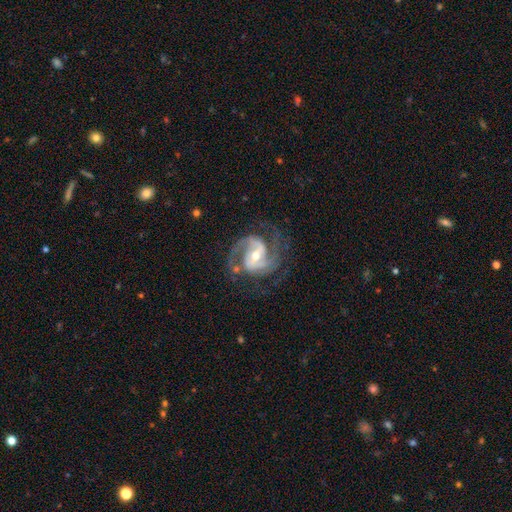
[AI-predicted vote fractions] Smooth or featured: featured or disk — 92% (star or artifact — 4%)
Edge-on disk: no — 98% (yes — 2%)
Bar: weak — 45% (strong — 35%)
Spiral arms: yes — 98% (no — 2%)
Spiral winding: medium — 56% (tight — 32%)
Spiral arm count: 2 — 60% (3 — 25%)
Bulge size: moderate — 60% (small — 34%)
Merging: none — 70% (minor disturbance — 16%)